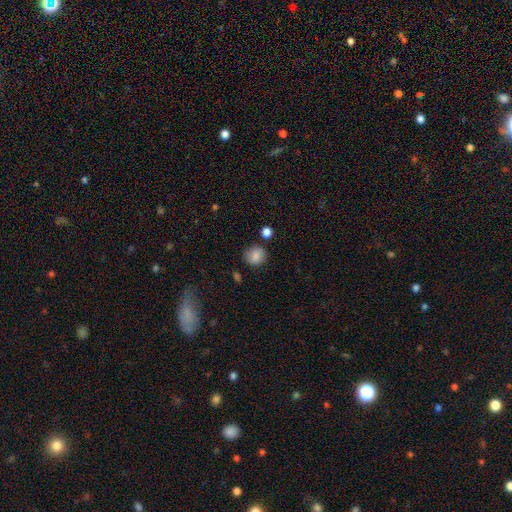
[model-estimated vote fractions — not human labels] This appears to be a smooth galaxy with no disk features (85%) that is round (78%). Merging: none (81%).